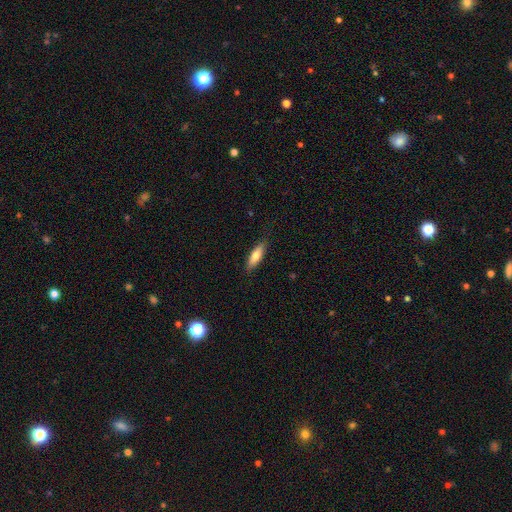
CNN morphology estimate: smooth-or-featured: smooth: 72% | featured or disk: 22% | star or artifact: 6%
  how-rounded: cigar-shaped: 50% | in between: 48% | round: 2%
  merging: none: 86% | minor disturbance: 11% | major disturbance: 2% | merger: 1%